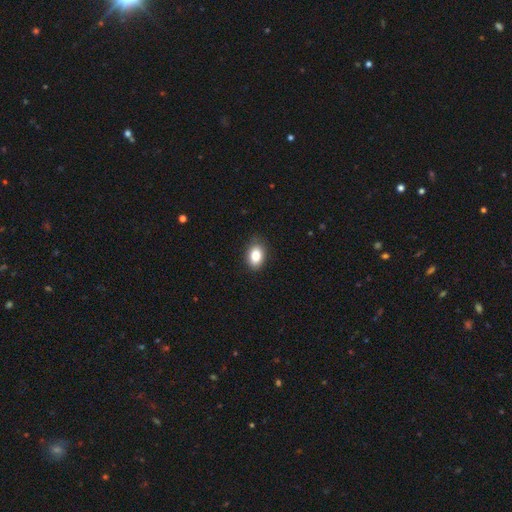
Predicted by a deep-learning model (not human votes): Morphology: type=smooth (85%); roundness=in between (85%); merging=none (83%).